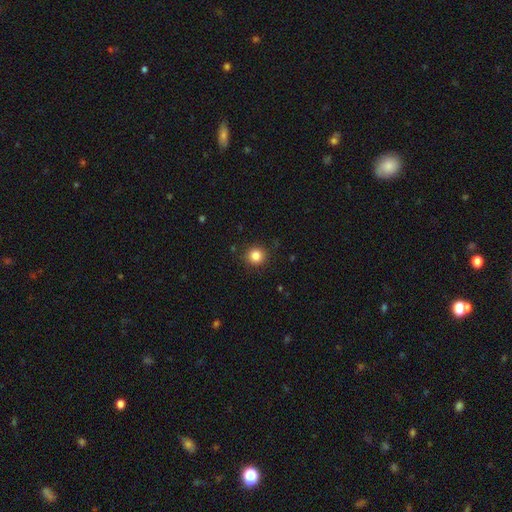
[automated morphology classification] smooth-or-featured: smooth: 84% | star or artifact: 11% | featured or disk: 5%
  how-rounded: round: 92% | in between: 7% | cigar-shaped: 1%
  merging: none: 90% | minor disturbance: 7% | major disturbance: 2% | merger: 1%